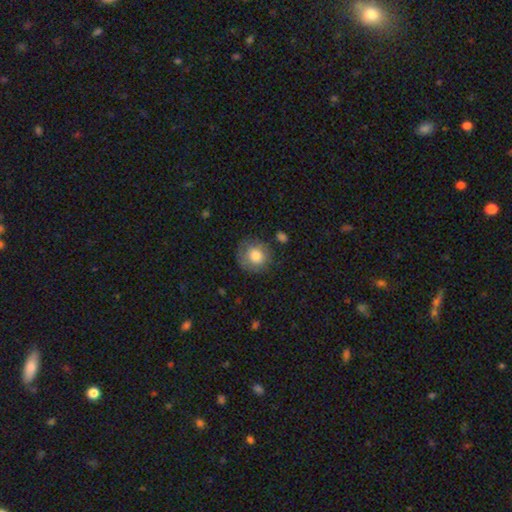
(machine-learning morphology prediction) Smooth or featured? Predicted: smooth (p=0.78). How rounded? Predicted: round (p=0.89). Merging? Predicted: none (p=0.74).